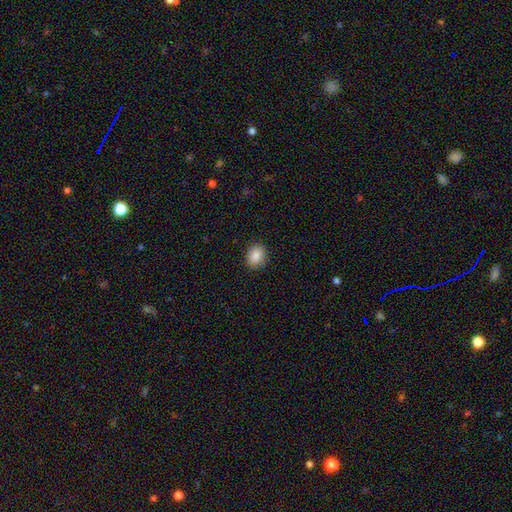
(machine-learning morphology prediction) smooth_or_featured: smooth (p=0.89) [alt: star or artifact p=0.08]
how_rounded: in between (p=0.53) [alt: round p=0.46]
merging: none (p=0.88) [alt: minor disturbance p=0.09]